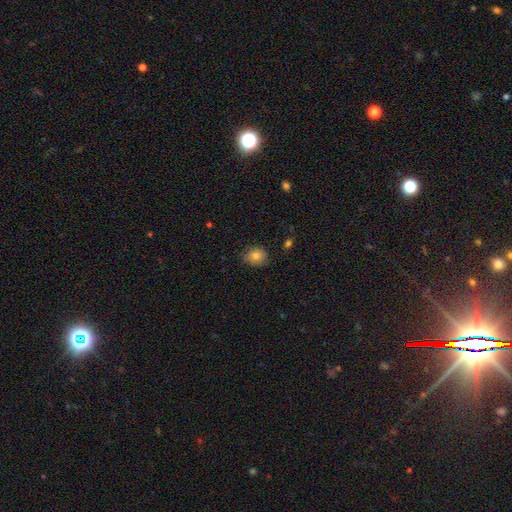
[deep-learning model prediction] smooth 80%, featured or disk 10%, star or artifact 9%. Down the decision tree: how rounded — round (62%); merging — none (77%).